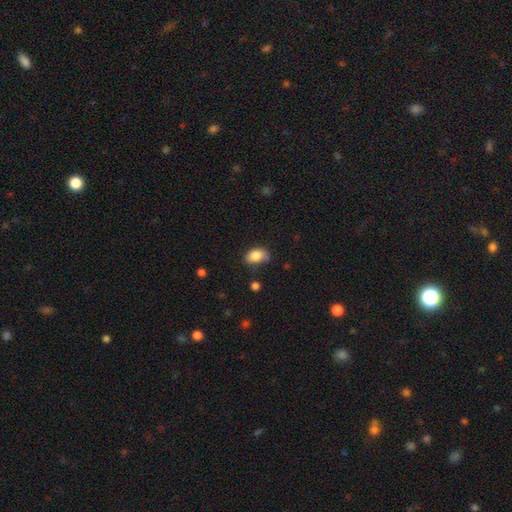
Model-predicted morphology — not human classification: A smooth galaxy with no disk features (85%) that is in between round and cigar-shaped (83%). Merging: none (63%).